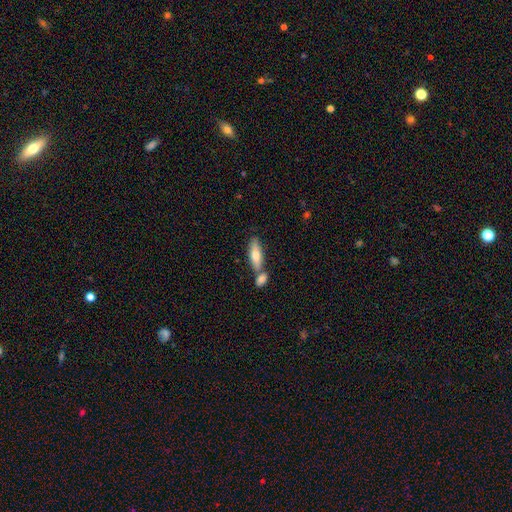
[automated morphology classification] Smooth or featured? Predicted: smooth (p=0.68). How rounded? Predicted: in between (p=0.51). Merging? Predicted: none (p=0.52).